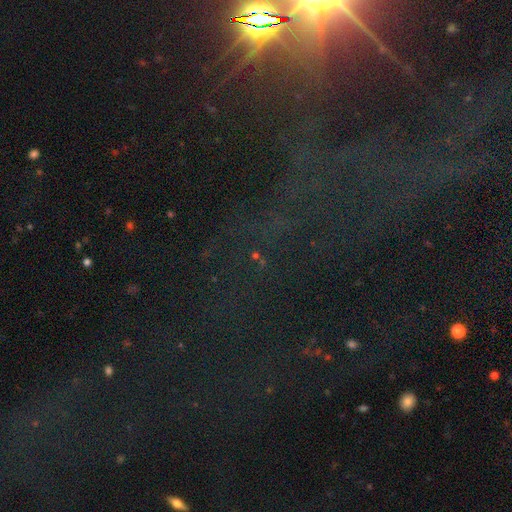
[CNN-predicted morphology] star or artifact 78%, smooth 13%, featured or disk 9%.